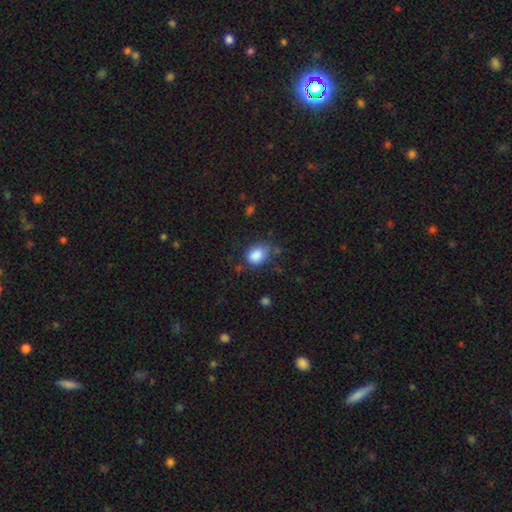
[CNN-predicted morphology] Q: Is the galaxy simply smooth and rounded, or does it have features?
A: smooth — 86%.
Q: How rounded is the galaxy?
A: in between — 62%.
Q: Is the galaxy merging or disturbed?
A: none — 65%.